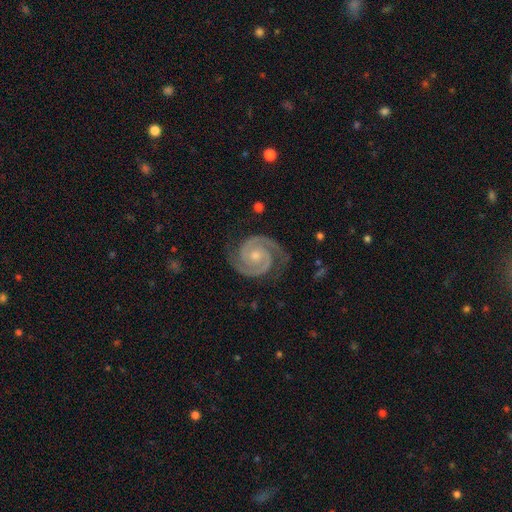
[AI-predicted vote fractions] Morphology: type=featured or disk (94%); edge-on=no (98%); bar=no (67%); spiral arms=yes (99%); winding=tight (62%); arm count=2 (94%); bulge=moderate (52%); merging=none (82%).